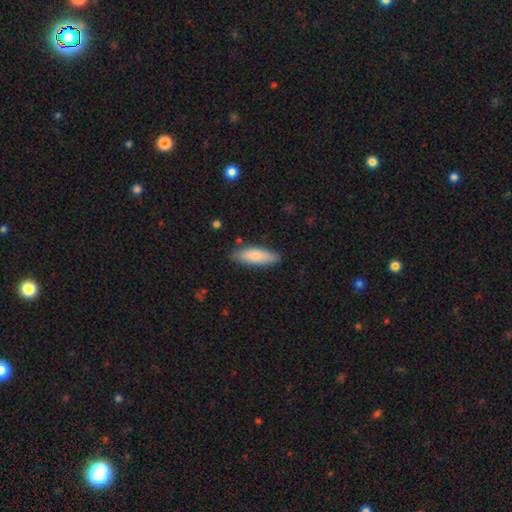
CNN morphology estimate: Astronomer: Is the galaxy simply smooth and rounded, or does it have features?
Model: smooth — 82%.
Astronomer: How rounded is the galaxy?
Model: in between — 62%.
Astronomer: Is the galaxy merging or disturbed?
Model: none — 84%.